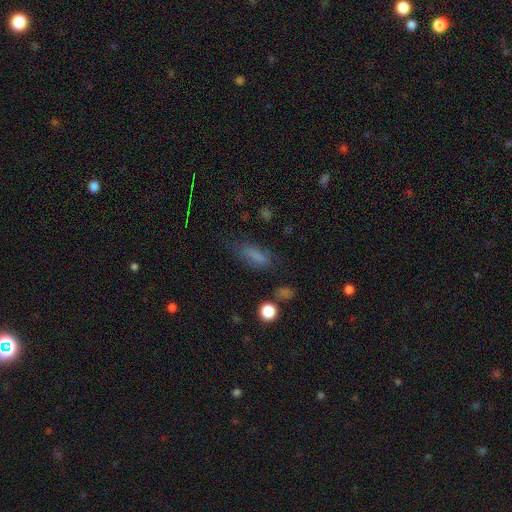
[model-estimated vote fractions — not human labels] smooth 74%, star or artifact 15%, featured or disk 11%. Down the decision tree: how rounded — in between (62%); merging — none (61%).